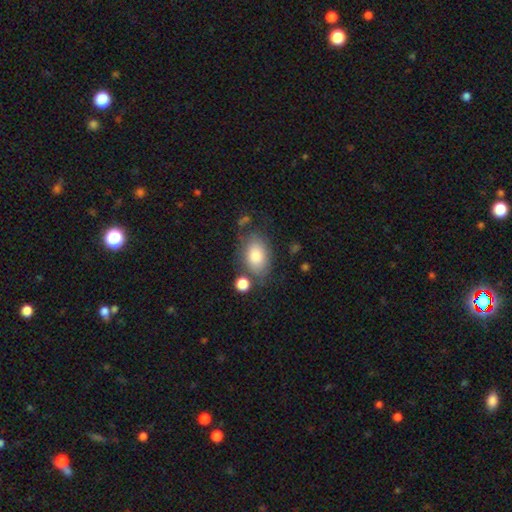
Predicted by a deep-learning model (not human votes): smooth_or_featured: smooth (p=0.80) [alt: featured or disk p=0.13]
how_rounded: in between (p=0.88) [alt: round p=0.10]
merging: none (p=0.63) [alt: minor disturbance p=0.20]